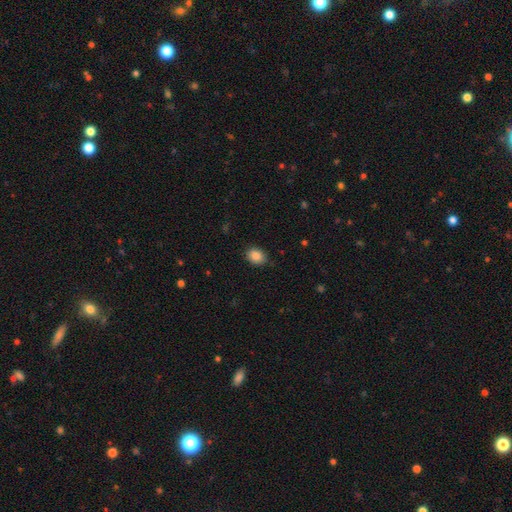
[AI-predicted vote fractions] This is clearly a smooth galaxy (87%). How rounded: likely in between (64%). Merging: clearly none (85%).